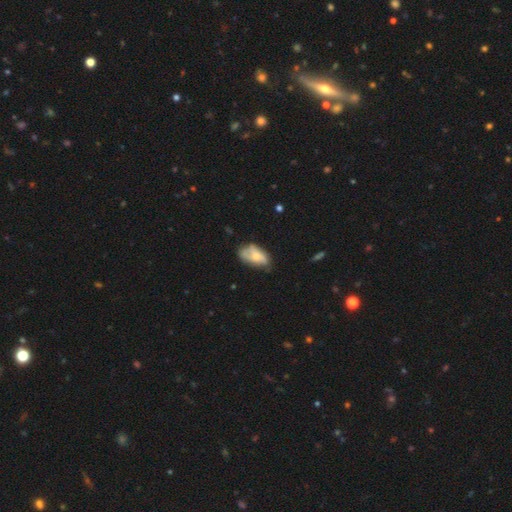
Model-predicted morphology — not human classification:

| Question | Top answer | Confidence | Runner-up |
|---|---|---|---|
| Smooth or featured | smooth | 54% | featured or disk (38%) |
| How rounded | in between | 92% | round (4%) |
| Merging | none | 43% | minor disturbance (37%) |